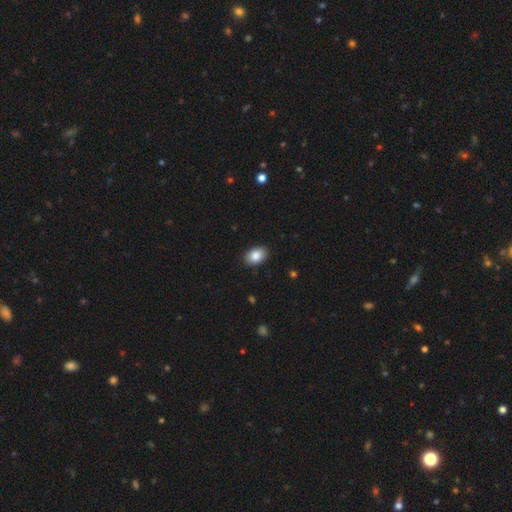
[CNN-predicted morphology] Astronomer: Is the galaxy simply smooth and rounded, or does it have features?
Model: smooth — 87%.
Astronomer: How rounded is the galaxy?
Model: in between — 87%.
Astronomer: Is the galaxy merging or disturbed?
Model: none — 88%.